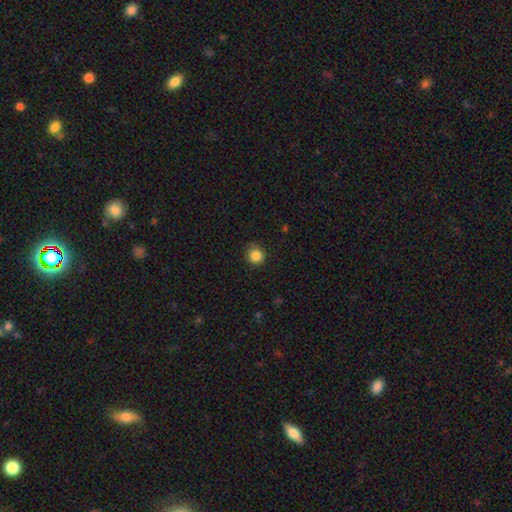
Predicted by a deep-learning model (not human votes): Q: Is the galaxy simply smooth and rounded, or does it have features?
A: smooth — 85%.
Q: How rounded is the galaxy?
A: round — 92%.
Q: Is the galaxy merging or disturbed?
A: none — 84%.